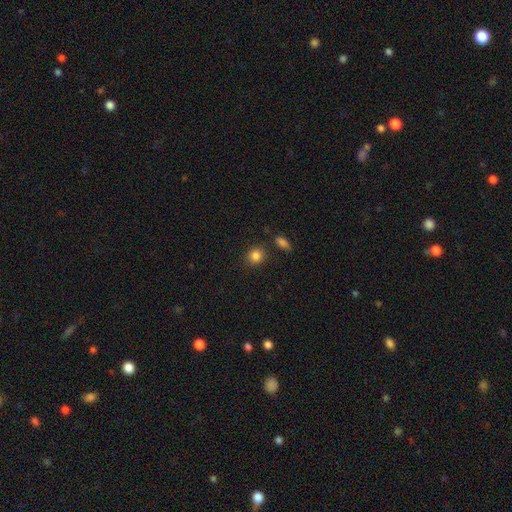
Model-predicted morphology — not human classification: type=smooth (85%); roundness=round (83%); merging=none (84%).